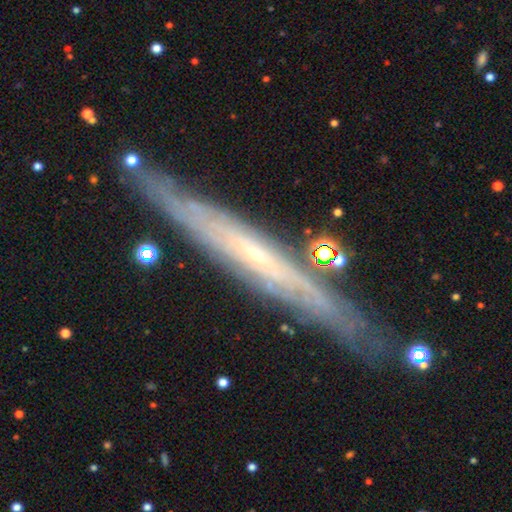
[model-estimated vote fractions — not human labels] The model was most divided on "edge-on bulge": none: 64%, rounded: 32%, boxy: 4%. More confident: merging — none (84%); edge-on disk — yes (81%); smooth or featured — featured or disk (74%).